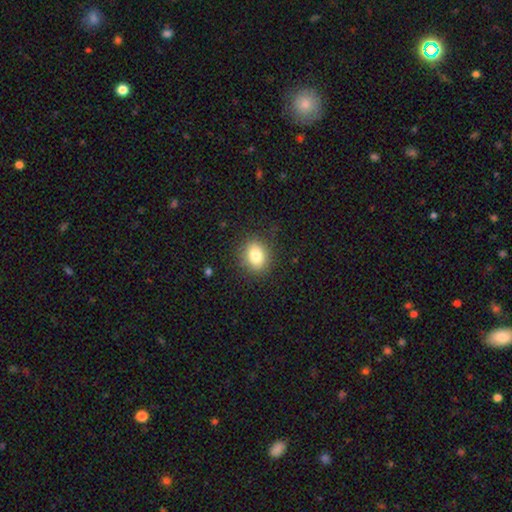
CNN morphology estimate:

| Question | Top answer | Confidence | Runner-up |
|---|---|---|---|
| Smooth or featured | smooth | 81% | star or artifact (10%) |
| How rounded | round | 56% | in between (43%) |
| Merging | none | 86% | minor disturbance (10%) |